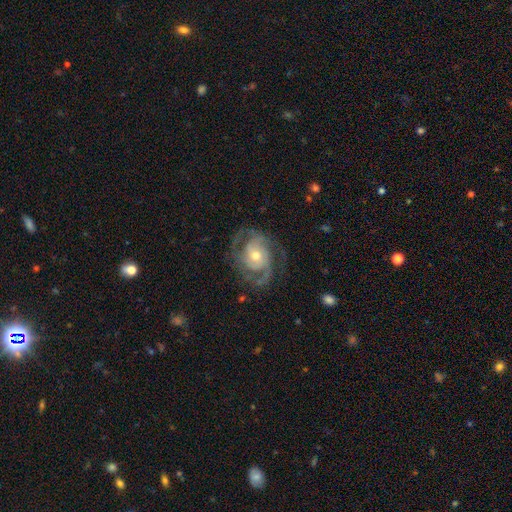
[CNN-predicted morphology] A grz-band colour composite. It shows a featured or disk galaxy (88%) with no bar (68%), 2 (42%) medium (45%) spiral arms (96%) and a moderate central bulge (60%). Merging: none (71%).